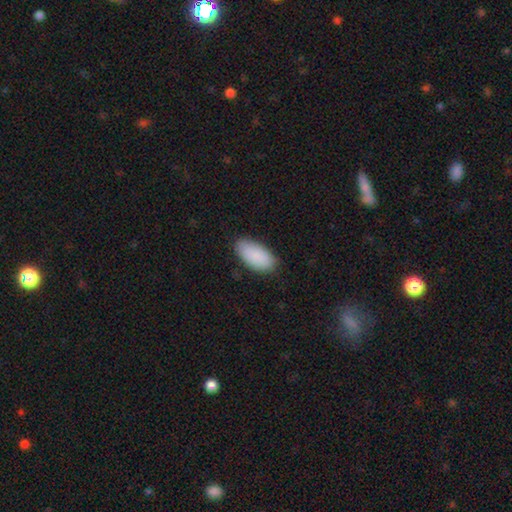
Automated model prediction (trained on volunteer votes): A smooth galaxy with no disk features (88%) that is in between round and cigar-shaped (94%).

Vote fractions:
- Smooth or featured? smooth: 88% / featured or disk: 6% / star or artifact: 6%
- How rounded? in between: 94% / cigar-shaped: 4% / round: 2%
- Merging? none: 83% / minor disturbance: 13% / major disturbance: 2% / merger: 1%